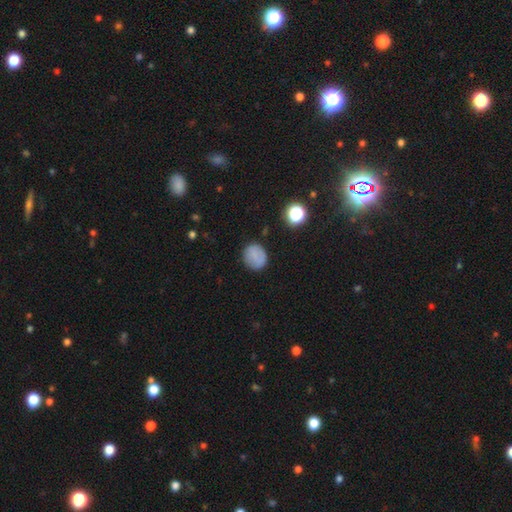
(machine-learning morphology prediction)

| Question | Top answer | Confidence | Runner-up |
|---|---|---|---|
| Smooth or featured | smooth | 79% | star or artifact (11%) |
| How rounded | round | 78% | in between (21%) |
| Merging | none | 82% | minor disturbance (13%) |